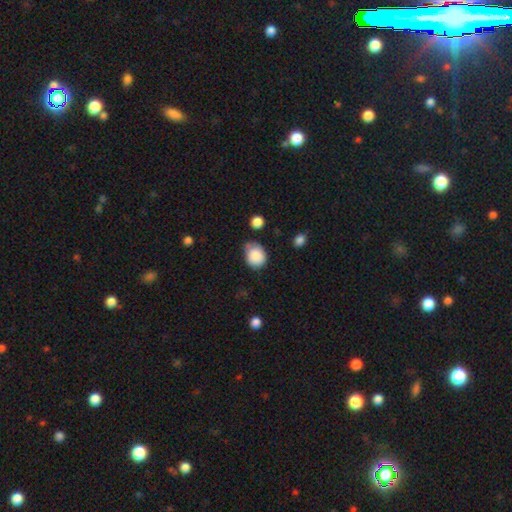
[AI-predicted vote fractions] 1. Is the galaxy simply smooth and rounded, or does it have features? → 86% smooth, 8% star or artifact, 6% featured or disk.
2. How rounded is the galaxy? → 58% round, 41% in between, 1% cigar-shaped.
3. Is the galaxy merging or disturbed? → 56% none, 32% minor disturbance, 6% major disturbance, 6% merger.